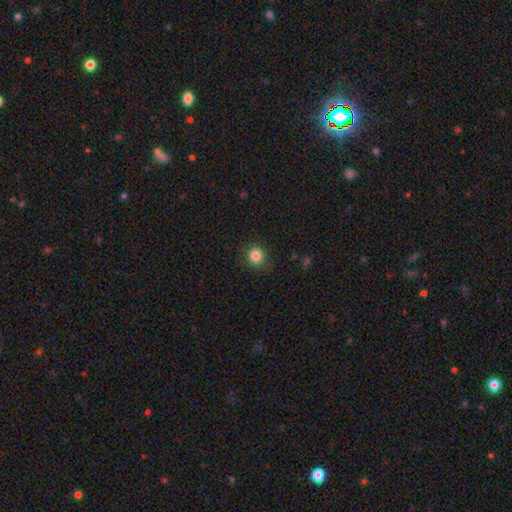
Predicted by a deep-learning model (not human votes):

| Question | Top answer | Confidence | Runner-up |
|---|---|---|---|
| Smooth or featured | smooth | 85% | star or artifact (11%) |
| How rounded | round | 87% | in between (12%) |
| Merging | none | 86% | minor disturbance (10%) |